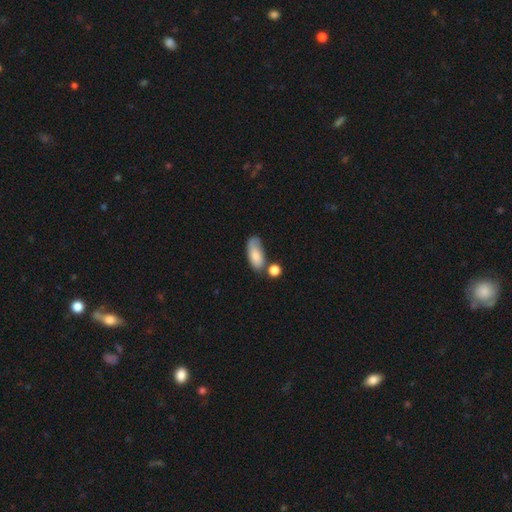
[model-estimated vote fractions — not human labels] smooth 79%, featured or disk 14%, star or artifact 7%. Down the decision tree: how rounded — in between (87%); merging — none (49%).